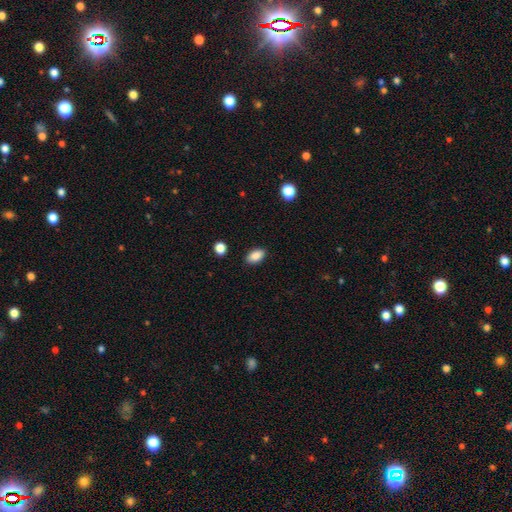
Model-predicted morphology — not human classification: type=smooth (87%); roundness=in between (91%); merging=none (88%).